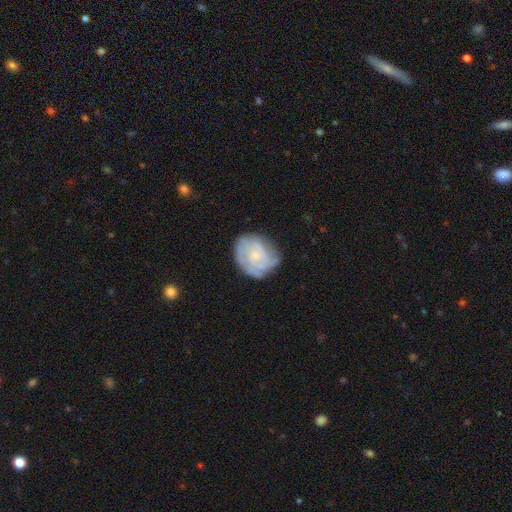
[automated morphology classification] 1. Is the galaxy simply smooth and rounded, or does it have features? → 64% featured or disk, 30% smooth, 7% star or artifact.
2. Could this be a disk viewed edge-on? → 98% no, 2% yes.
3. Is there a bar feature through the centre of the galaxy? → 78% no, 20% weak, 3% strong.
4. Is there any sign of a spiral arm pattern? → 77% yes, 23% no.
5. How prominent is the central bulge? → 61% small, 21% moderate, 14% none, 2% large, 1% dominant.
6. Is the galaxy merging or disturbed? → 65% none, 24% minor disturbance, 9% major disturbance, 2% merger.